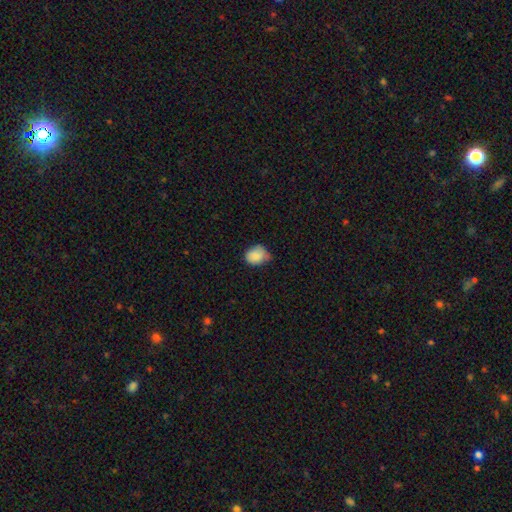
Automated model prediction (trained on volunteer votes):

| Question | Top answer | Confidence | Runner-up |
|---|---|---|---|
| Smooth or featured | smooth | 84% | star or artifact (8%) |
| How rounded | round | 51% | in between (48%) |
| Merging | none | 47% | minor disturbance (42%) |